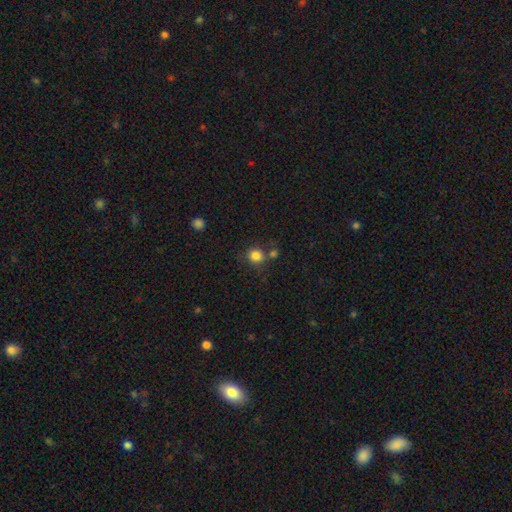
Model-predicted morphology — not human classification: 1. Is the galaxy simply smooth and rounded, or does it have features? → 83% smooth, 12% star or artifact, 6% featured or disk.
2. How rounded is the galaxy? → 88% round, 11% in between, 1% cigar-shaped.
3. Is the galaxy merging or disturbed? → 69% none, 16% merger, 10% minor disturbance, 4% major disturbance.